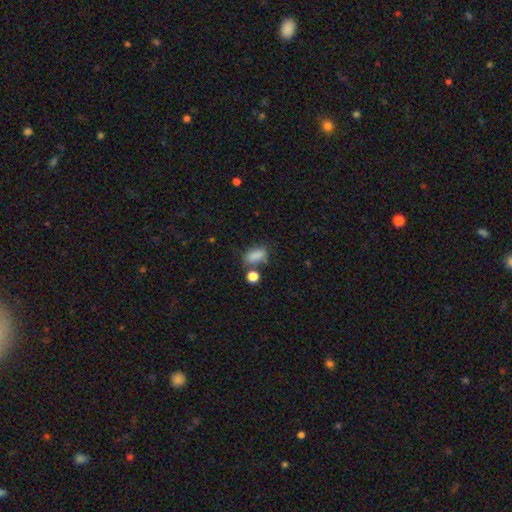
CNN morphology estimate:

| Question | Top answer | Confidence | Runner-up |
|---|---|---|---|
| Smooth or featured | smooth | 81% | star or artifact (11%) |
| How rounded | in between | 82% | round (12%) |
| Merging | none | 52% | minor disturbance (20%) |